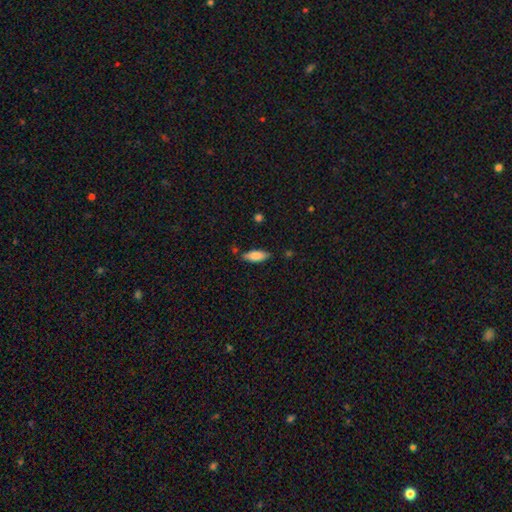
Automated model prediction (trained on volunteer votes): smooth_or_featured: smooth (p=0.82) [alt: featured or disk p=0.12]
how_rounded: in between (p=0.73) [alt: cigar-shaped p=0.25]
merging: none (p=0.78) [alt: minor disturbance p=0.15]